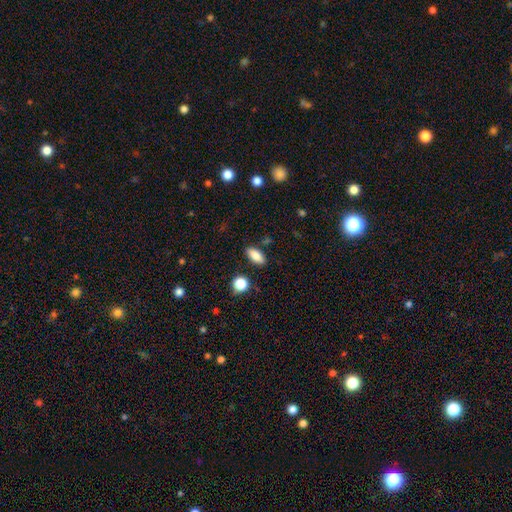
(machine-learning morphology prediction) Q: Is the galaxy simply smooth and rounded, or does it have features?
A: smooth — 85%.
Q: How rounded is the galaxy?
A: in between — 85%.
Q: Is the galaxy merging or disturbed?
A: none — 86%.